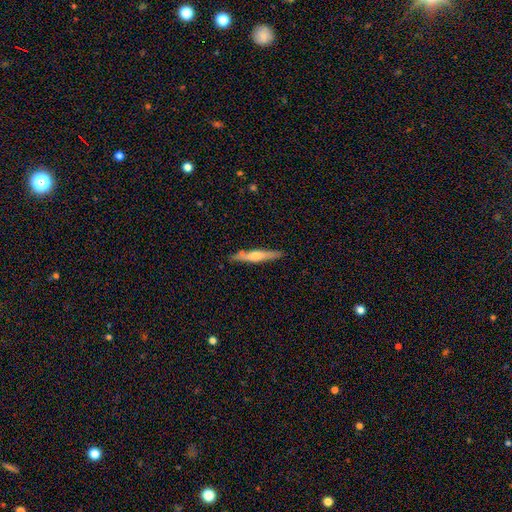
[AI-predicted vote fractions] Smooth or featured: featured or disk — 52% (smooth — 42%)
Edge-on disk: yes — 95% (no — 5%)
Merging: none — 85% (minor disturbance — 10%)